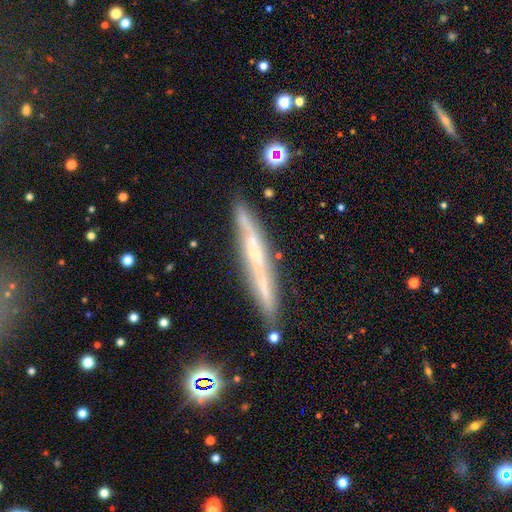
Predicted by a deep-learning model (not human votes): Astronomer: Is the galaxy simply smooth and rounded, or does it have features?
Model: featured or disk — 60%.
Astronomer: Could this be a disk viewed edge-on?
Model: yes — 90%.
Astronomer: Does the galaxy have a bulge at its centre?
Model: none — 73%.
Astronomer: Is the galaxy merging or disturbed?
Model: none — 83%.